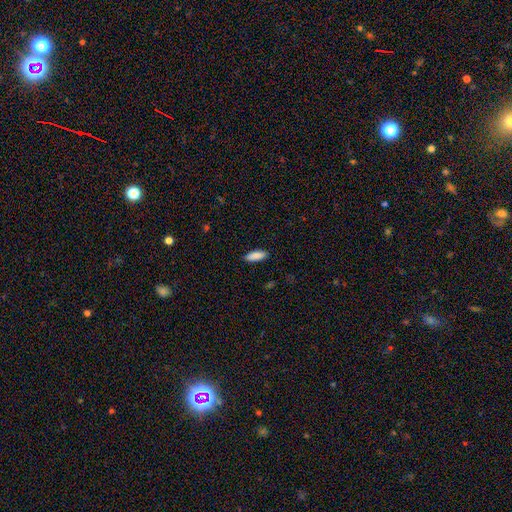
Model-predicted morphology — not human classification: smooth-or-featured: smooth: 89% | star or artifact: 6% | featured or disk: 4%
  how-rounded: in between: 61% | cigar-shaped: 38% | round: 2%
  merging: none: 89% | minor disturbance: 8% | major disturbance: 2% | merger: 1%